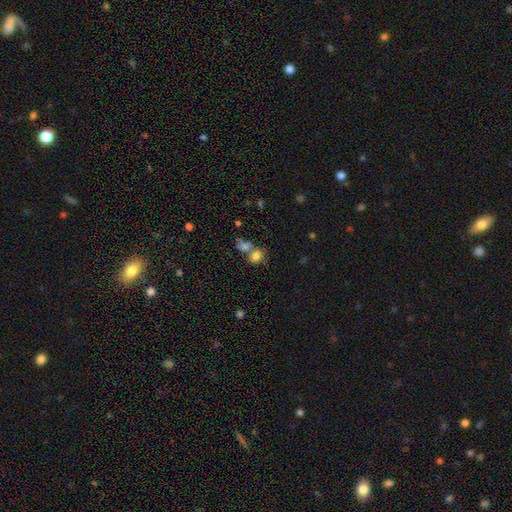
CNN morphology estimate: Smooth or featured? Predicted: smooth (p=0.79). How rounded? Predicted: in between (p=0.54). Merging? Predicted: merger (p=0.45).